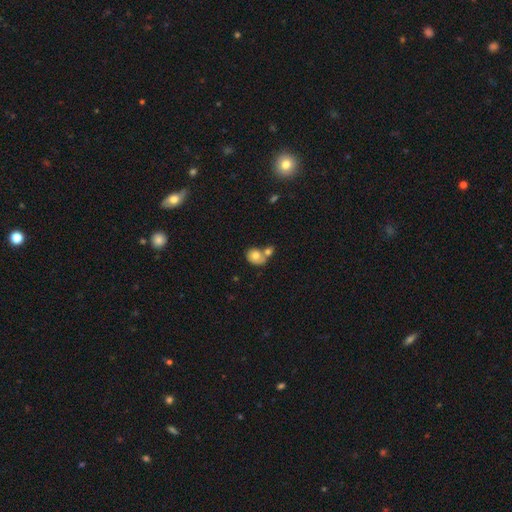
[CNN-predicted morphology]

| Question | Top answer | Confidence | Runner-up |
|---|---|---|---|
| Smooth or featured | smooth | 73% | featured or disk (18%) |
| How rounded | round | 51% | in between (48%) |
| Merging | merger | 50% | none (32%) |